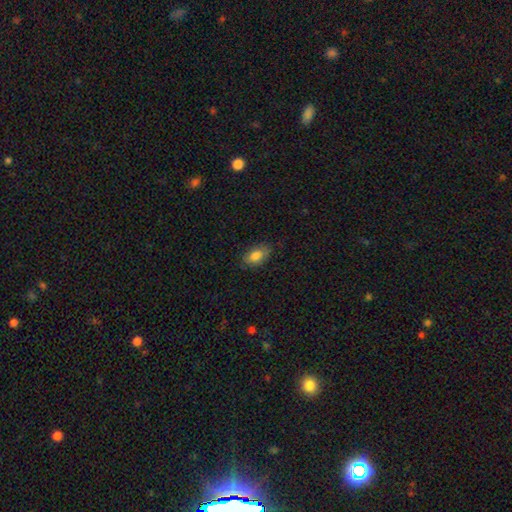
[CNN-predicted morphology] This is clearly a smooth galaxy (83%). How rounded: clearly in between (90%). Merging: likely none (80%).